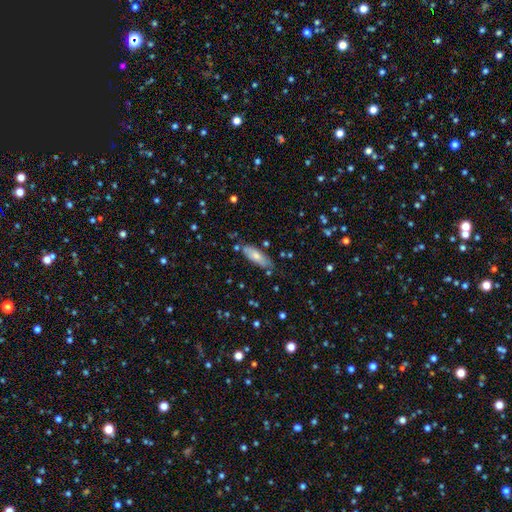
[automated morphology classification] type=smooth (72%); roundness=in between (67%); merging=none (72%).